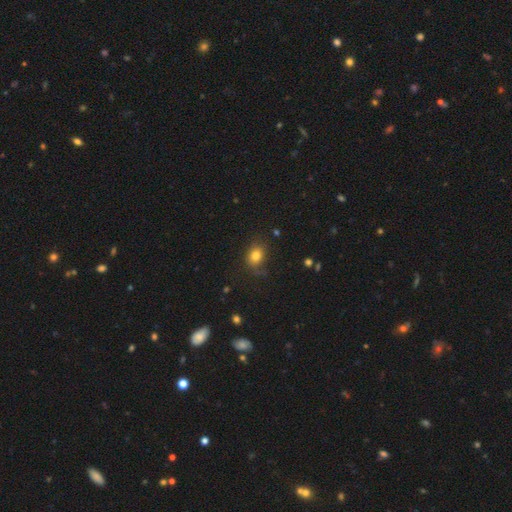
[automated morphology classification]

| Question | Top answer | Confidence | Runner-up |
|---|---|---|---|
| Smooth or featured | smooth | 81% | star or artifact (12%) |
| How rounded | in between | 53% | round (45%) |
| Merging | none | 71% | minor disturbance (20%) |